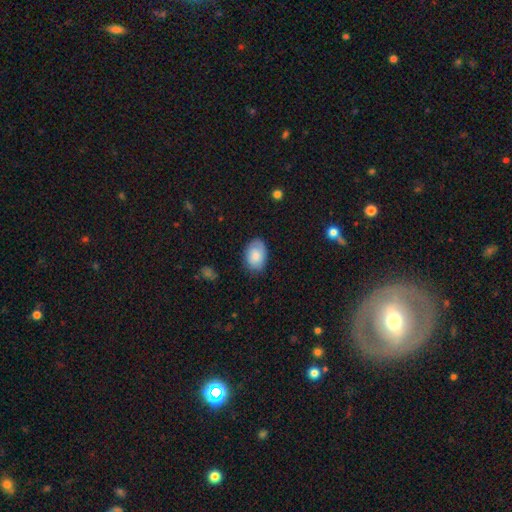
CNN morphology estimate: Smooth or featured? smooth (77%)
How rounded? in between (82%)
Merging? none (75%)